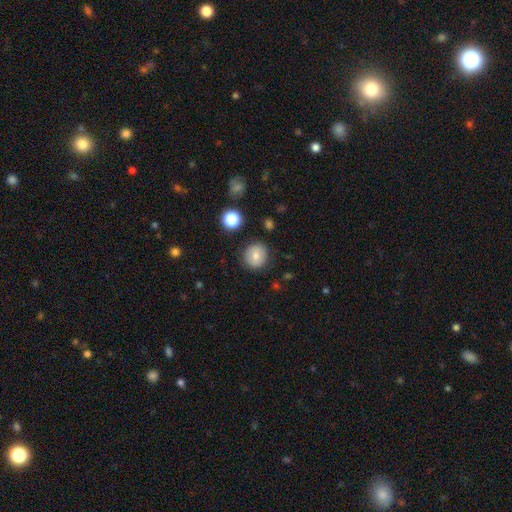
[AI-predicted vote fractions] Q: Smooth or featured?
A: smooth (75%); runner-up: featured or disk (15%)
Q: How rounded?
A: round (89%); runner-up: in between (10%)
Q: Merging?
A: none (87%); runner-up: minor disturbance (8%)